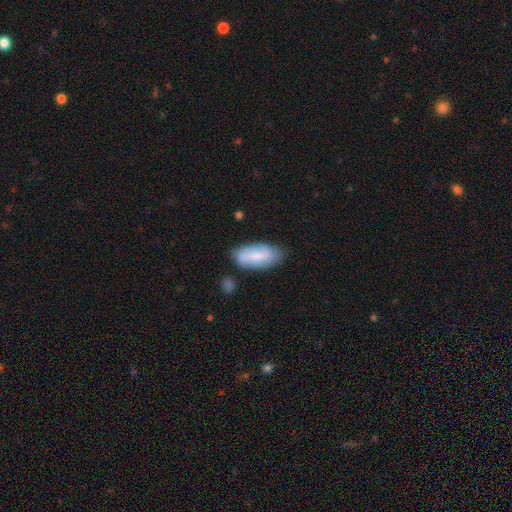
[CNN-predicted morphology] Smooth or featured?
  - smooth: 61% *
  - featured or disk: 33%
  - star or artifact: 7%
How rounded?
  - in between: 87% *
  - cigar-shaped: 11%
  - round: 2%
Merging?
  - none: 72% *
  - minor disturbance: 20%
  - major disturbance: 4%
  - merger: 4%